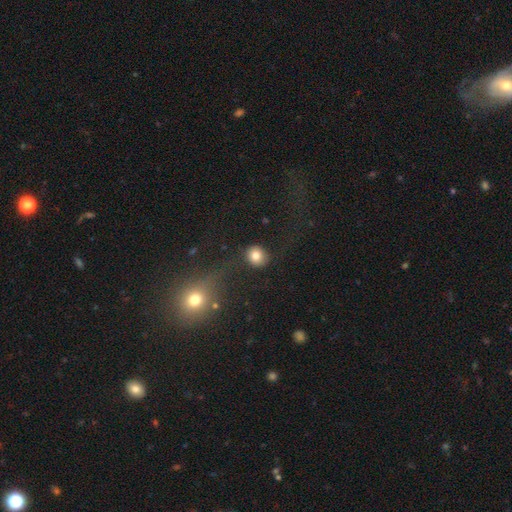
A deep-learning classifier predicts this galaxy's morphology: Q: Smooth or featured?
A: smooth (81%); runner-up: star or artifact (10%)
Q: How rounded?
A: round (81%); runner-up: in between (18%)
Q: Merging?
A: none (81%); runner-up: minor disturbance (10%)